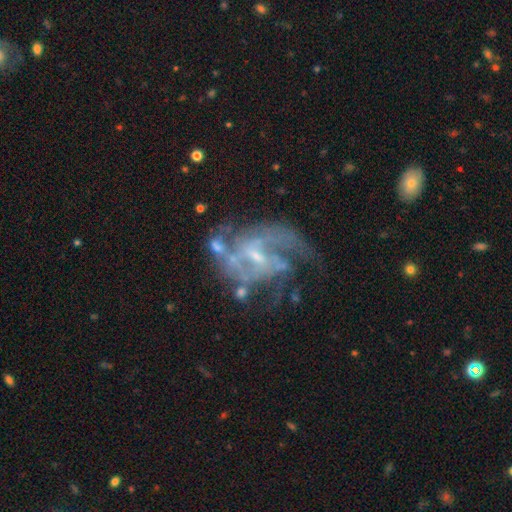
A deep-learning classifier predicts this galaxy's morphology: A featured or disk galaxy (83%) with a weak bar (51%), 2 (34%) medium (47%) spiral arms (85%) and a small central bulge (58%). Merging: none (45%).